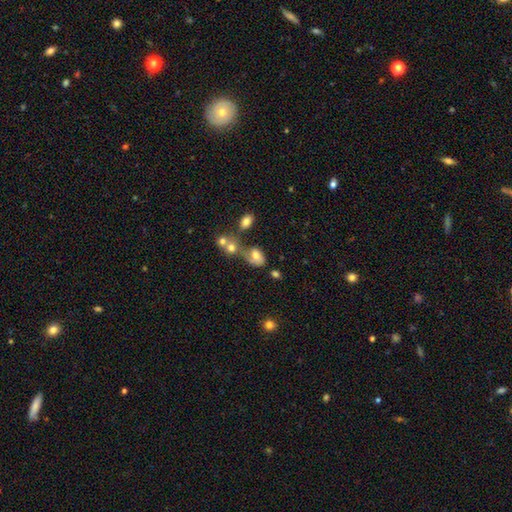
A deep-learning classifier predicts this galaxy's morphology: smooth-or-featured: smooth: 66% | featured or disk: 22% | star or artifact: 12%
  how-rounded: in between: 80% | round: 18% | cigar-shaped: 2%
  merging: merger: 38% | none: 31% | minor disturbance: 18% | major disturbance: 13%